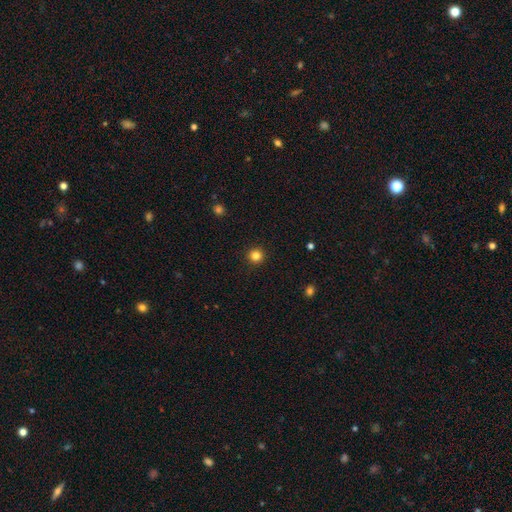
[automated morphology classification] A smooth galaxy with no disk features (84%) that is round (95%). Merging: none (93%).